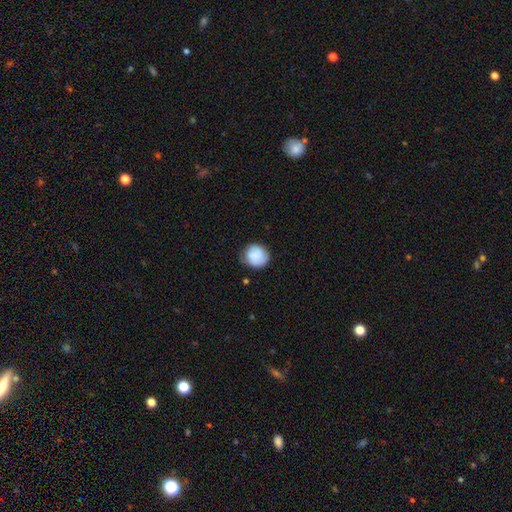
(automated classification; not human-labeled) This appears to be a smooth galaxy with no disk features (82%) that is round (84%). Merging: none (76%).